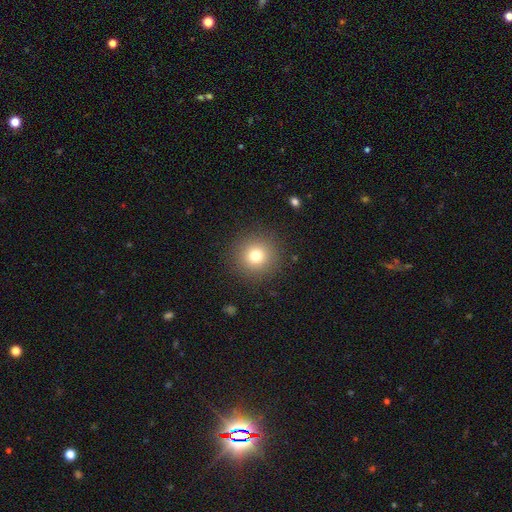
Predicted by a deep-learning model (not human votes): smooth 77%, star or artifact 14%, featured or disk 9%. Down the decision tree: how rounded — round (95%); merging — none (90%).